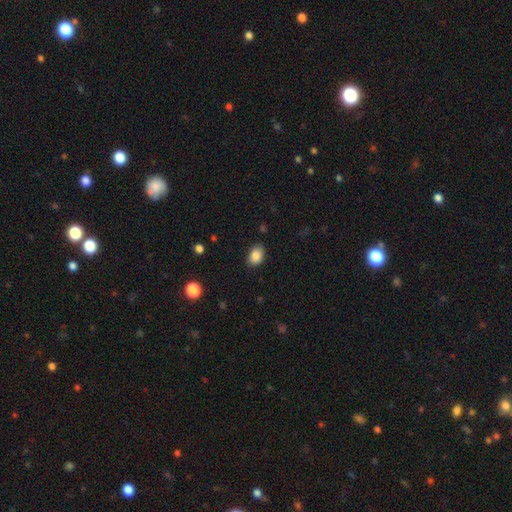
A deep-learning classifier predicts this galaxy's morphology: Overall: smooth (87%). How rounded: in between (83%). Merging: none (85%).